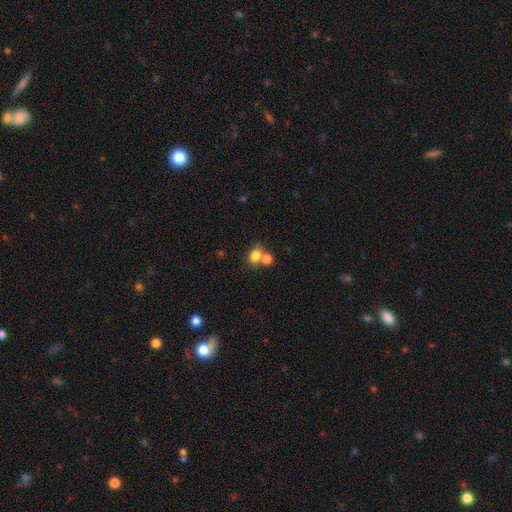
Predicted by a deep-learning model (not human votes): Smooth or featured?
  - smooth: 79% *
  - star or artifact: 11%
  - featured or disk: 10%
How rounded?
  - in between: 58% *
  - round: 40%
  - cigar-shaped: 1%
Merging?
  - merger: 46% *
  - none: 41%
  - minor disturbance: 9%
  - major disturbance: 4%